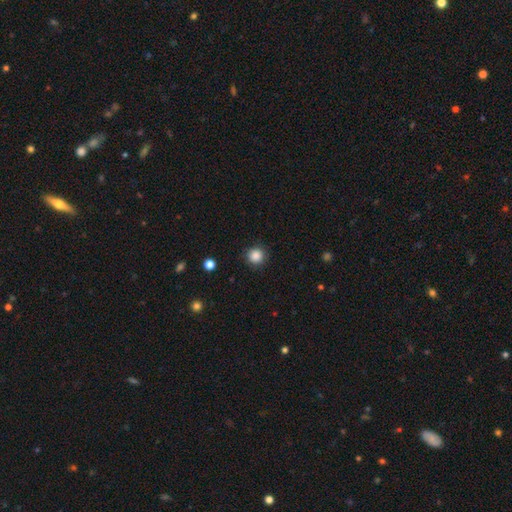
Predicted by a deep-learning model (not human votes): smooth-or-featured: smooth: 86% | star or artifact: 11% | featured or disk: 3%
  how-rounded: round: 94% | in between: 5% | cigar-shaped: 1%
  merging: none: 90% | minor disturbance: 7% | major disturbance: 2% | merger: 1%